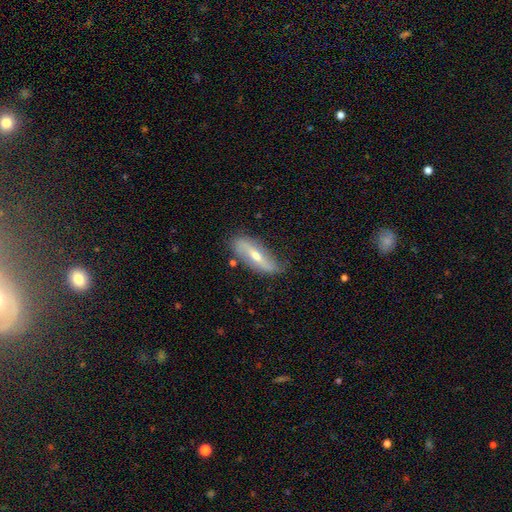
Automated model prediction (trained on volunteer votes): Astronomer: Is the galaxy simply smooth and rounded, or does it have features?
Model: featured or disk — 66%.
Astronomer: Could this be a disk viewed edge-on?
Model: no — 69%.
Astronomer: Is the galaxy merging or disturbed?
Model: none — 65%.